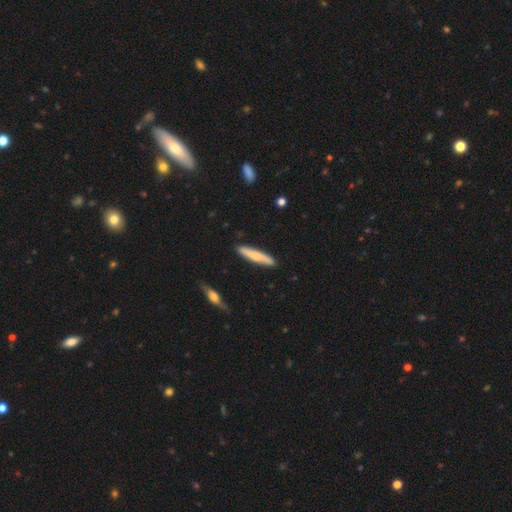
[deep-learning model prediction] Overall: smooth (68%). How rounded: cigar-shaped (89%). Merging: none (88%).